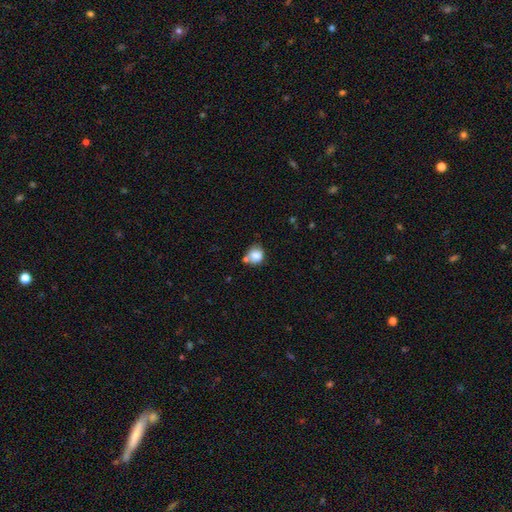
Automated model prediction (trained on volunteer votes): Smooth or featured: smooth — 80% (featured or disk — 10%)
How rounded: round — 80% (in between — 19%)
Merging: none — 51% (merger — 24%)